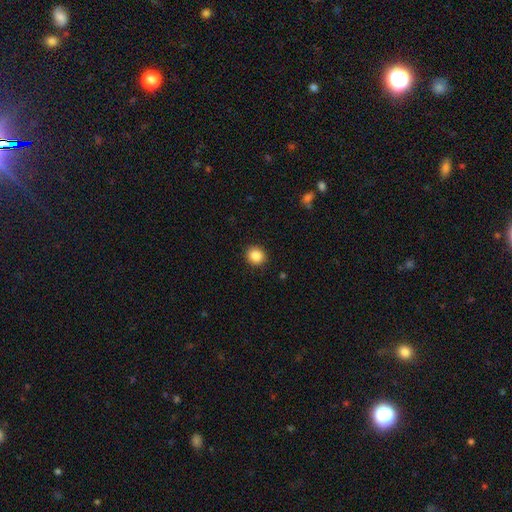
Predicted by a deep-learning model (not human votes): Smooth or featured: smooth — 87% (star or artifact — 9%)
How rounded: round — 88% (in between — 11%)
Merging: none — 92% (minor disturbance — 5%)